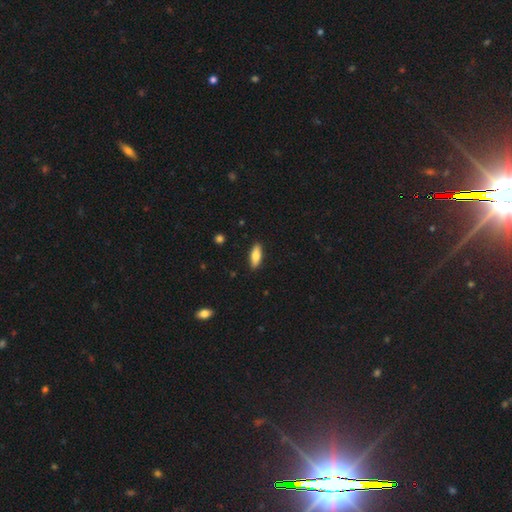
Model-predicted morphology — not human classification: Overall: smooth (75%). How rounded: in between (65%; cigar-shaped 32%). Merging: none (89%).